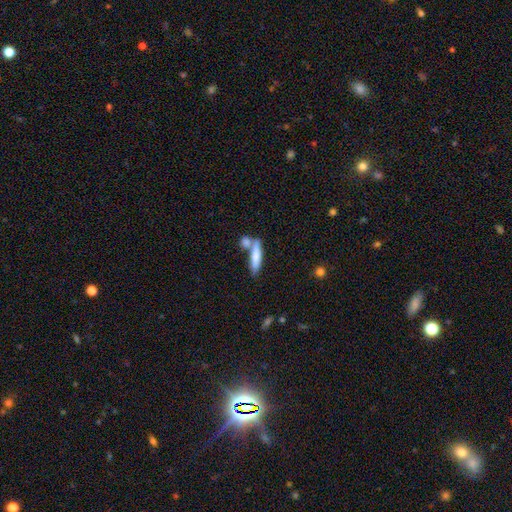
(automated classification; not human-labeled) Smooth or featured? Predicted: smooth (p=0.72). How rounded? Predicted: cigar-shaped (p=0.72). Merging? Predicted: none (p=0.52).